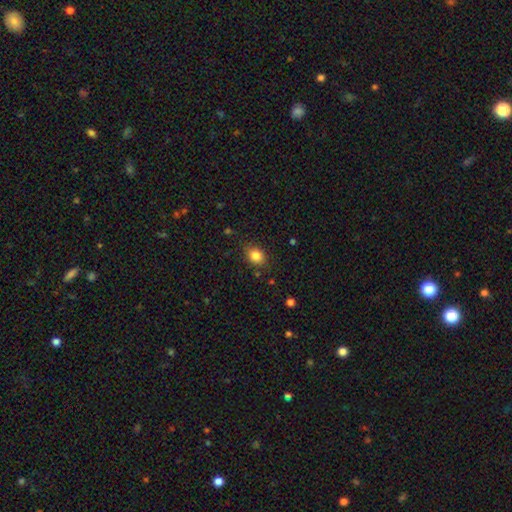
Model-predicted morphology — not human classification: Smooth or featured? Predicted: smooth (p=0.84). How rounded? Predicted: in between (p=0.52). Merging? Predicted: none (p=0.83).